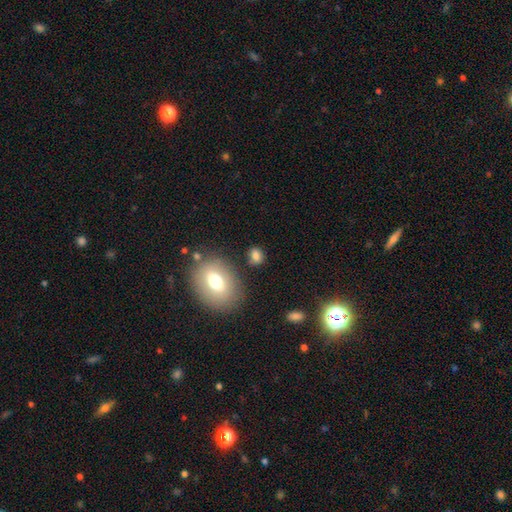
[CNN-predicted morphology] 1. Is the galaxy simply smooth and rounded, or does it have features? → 76% smooth, 12% star or artifact, 12% featured or disk.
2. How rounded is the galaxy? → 50% in between, 47% round, 2% cigar-shaped.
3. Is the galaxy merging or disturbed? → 69% none, 15% minor disturbance, 10% merger, 6% major disturbance.